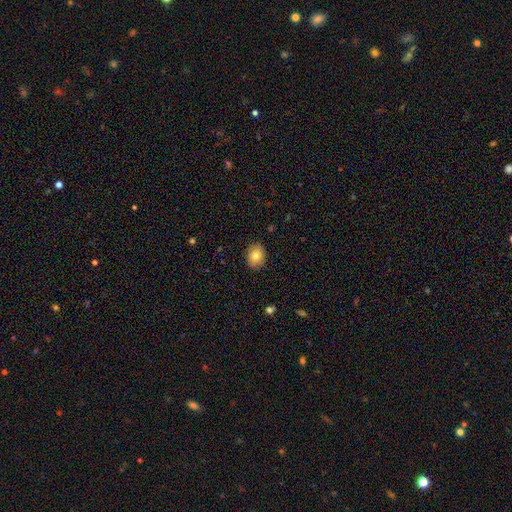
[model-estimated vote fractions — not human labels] Smooth or featured?
  - smooth: 80% *
  - featured or disk: 12%
  - star or artifact: 9%
How rounded?
  - in between: 63% *
  - round: 36%
  - cigar-shaped: 1%
Merging?
  - none: 88% *
  - minor disturbance: 9%
  - major disturbance: 2%
  - merger: 1%